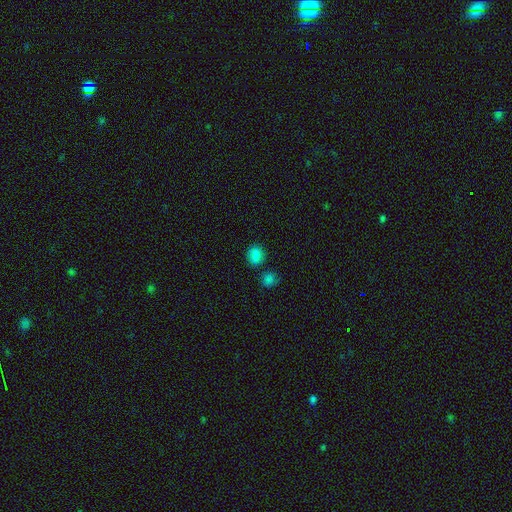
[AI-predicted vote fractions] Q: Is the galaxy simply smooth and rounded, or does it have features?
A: smooth — 81%.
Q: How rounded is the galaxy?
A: round — 55%.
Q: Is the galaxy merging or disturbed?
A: none — 76%.